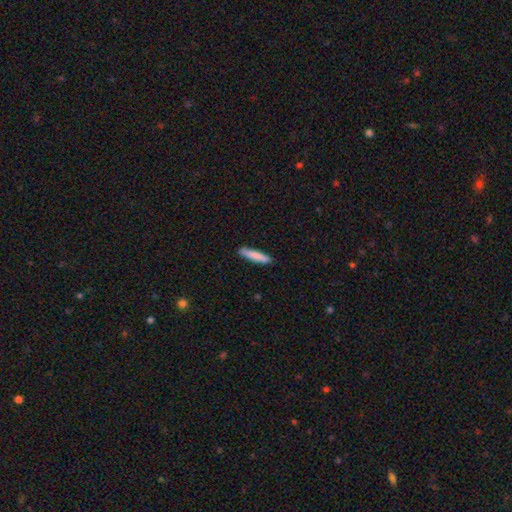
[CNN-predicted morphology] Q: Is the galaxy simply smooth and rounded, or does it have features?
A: smooth — 83%.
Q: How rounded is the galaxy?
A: cigar-shaped — 88%.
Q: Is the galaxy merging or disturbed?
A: none — 88%.